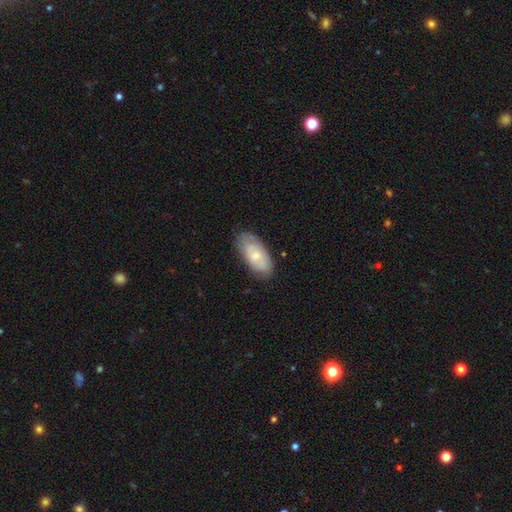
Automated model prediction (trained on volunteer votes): Q: Smooth or featured?
A: smooth (56%); runner-up: featured or disk (38%)
Q: How rounded?
A: in between (90%); runner-up: cigar-shaped (7%)
Q: Merging?
A: none (74%); runner-up: minor disturbance (20%)